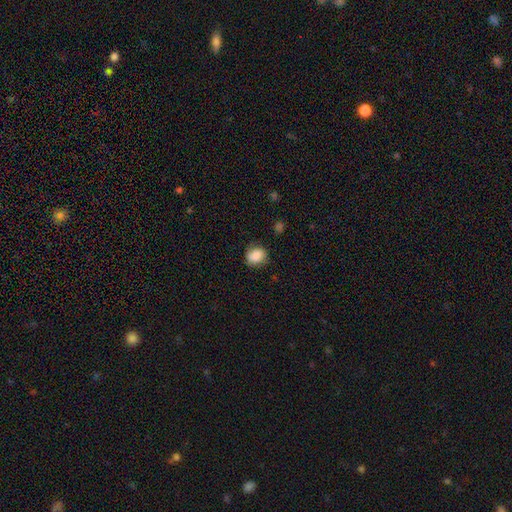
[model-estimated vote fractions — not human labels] A smooth galaxy with no disk features (85%) that is round (63%). Merging: none (73%).